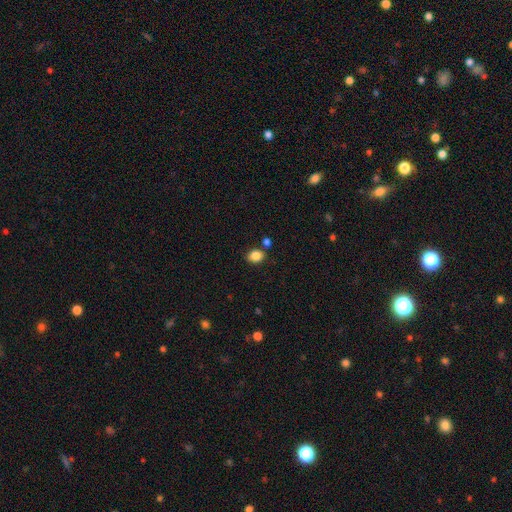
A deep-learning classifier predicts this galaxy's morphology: smooth-or-featured: smooth: 85% | star or artifact: 10% | featured or disk: 5%
  how-rounded: in between: 58% | round: 41% | cigar-shaped: 1%
  merging: none: 76% | minor disturbance: 11% | merger: 10% | major disturbance: 3%